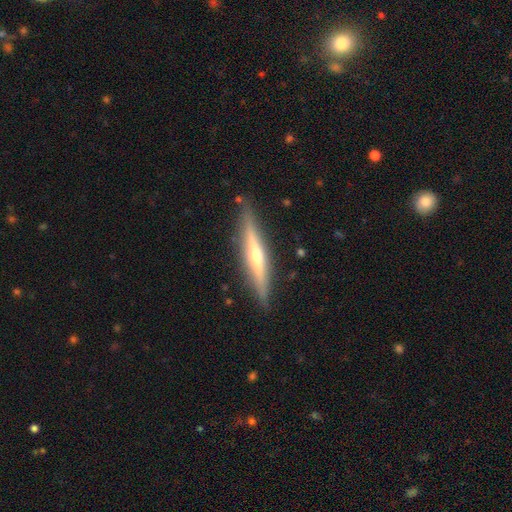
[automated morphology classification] type=featured or disk (72%); edge-on=yes (96%); edge-on bulge=rounded (81%); merging=none (89%).